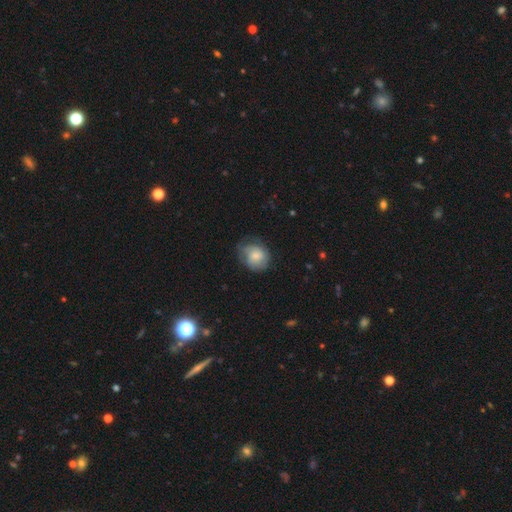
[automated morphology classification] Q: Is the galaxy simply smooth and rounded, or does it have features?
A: smooth — 64%.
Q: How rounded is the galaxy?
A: round — 60%.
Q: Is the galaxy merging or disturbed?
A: none — 55%.